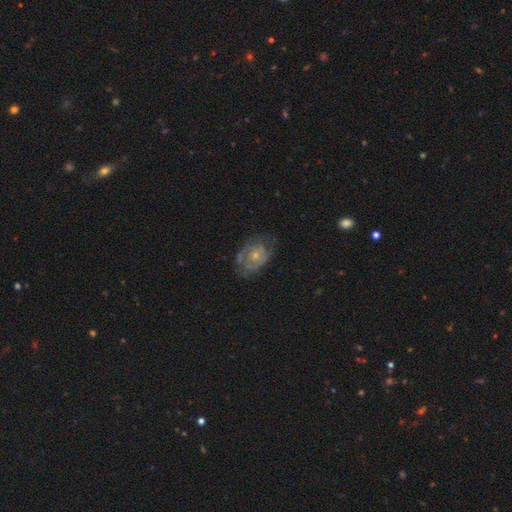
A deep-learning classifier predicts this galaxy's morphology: Q: Smooth or featured?
A: featured or disk (62%); runner-up: smooth (31%)
Q: Edge-on disk?
A: no (96%); runner-up: yes (4%)
Q: Bar?
A: no (83%); runner-up: weak (15%)
Q: Spiral arms?
A: yes (54%); runner-up: no (46%)
Q: Bulge size?
A: small (55%); runner-up: moderate (38%)
Q: Merging?
A: none (54%); runner-up: minor disturbance (27%)